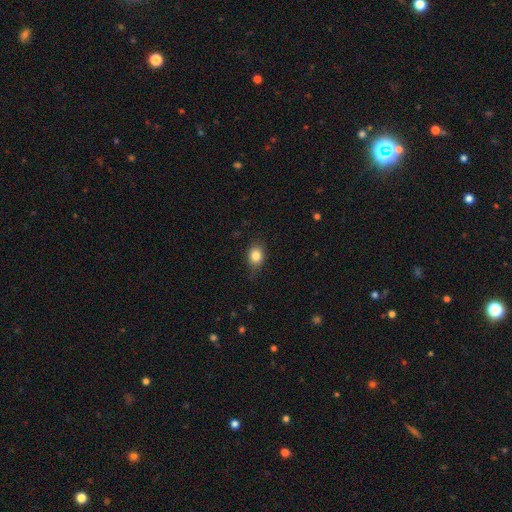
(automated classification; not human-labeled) smooth_or_featured: smooth (p=0.83) [alt: star or artifact p=0.10]
how_rounded: round (p=0.50) [alt: in between p=0.49]
merging: none (p=0.74) [alt: minor disturbance p=0.20]